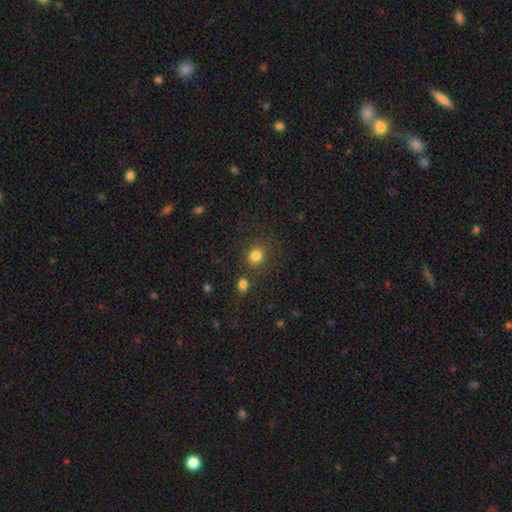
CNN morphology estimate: smooth-or-featured: smooth: 82% | star or artifact: 13% | featured or disk: 5%
  how-rounded: round: 81% | in between: 18% | cigar-shaped: 1%
  merging: none: 76% | minor disturbance: 10% | merger: 9% | major disturbance: 5%